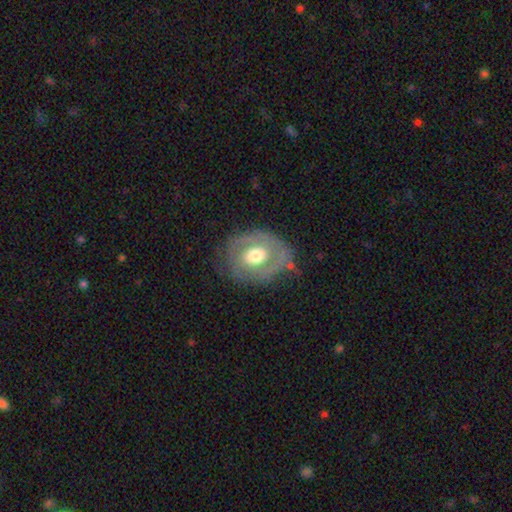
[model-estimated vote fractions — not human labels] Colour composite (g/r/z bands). It shows a featured or disk galaxy (61%) with no bar (78%), no spiral arms (59%) and a moderate central bulge (58%). Merging: none (65%).